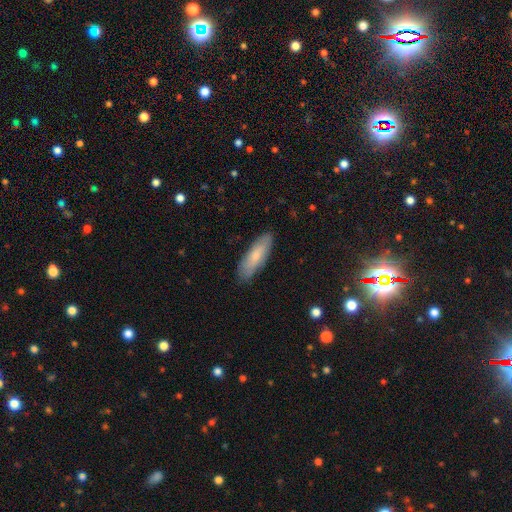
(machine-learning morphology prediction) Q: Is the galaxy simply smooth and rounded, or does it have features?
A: smooth — 71%.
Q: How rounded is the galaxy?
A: in between — 52%.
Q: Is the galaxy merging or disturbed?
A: none — 85%.